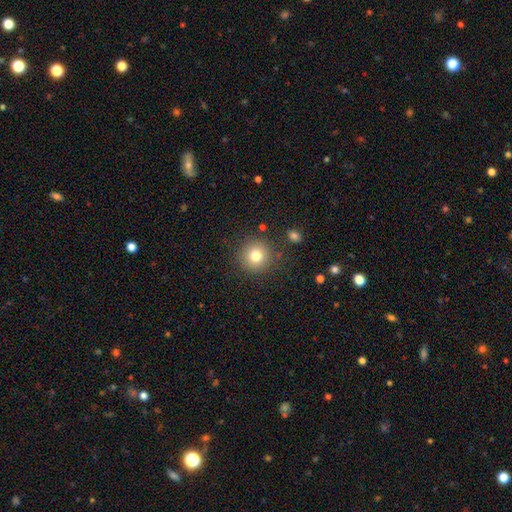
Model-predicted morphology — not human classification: Smooth or featured? Predicted: smooth (p=0.79). How rounded? Predicted: round (p=0.94). Merging? Predicted: none (p=0.87).